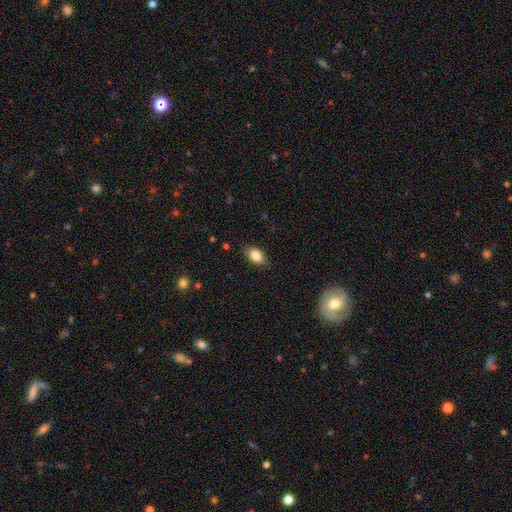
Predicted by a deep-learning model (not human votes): smooth-or-featured: smooth: 84% | star or artifact: 8% | featured or disk: 8%
  how-rounded: in between: 87% | round: 11% | cigar-shaped: 3%
  merging: none: 83% | minor disturbance: 13% | major disturbance: 3% | merger: 1%